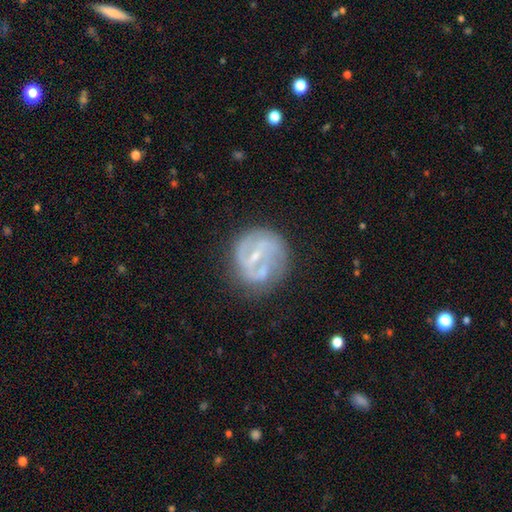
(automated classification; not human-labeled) featured or disk 76%, smooth 16%, star or artifact 8%. Down the decision tree: edge-on disk — no (97%); bar — weak (45%); spiral arms — yes (78%); spiral arm count — 2 (55%); spiral winding — medium (41%); bulge size — small (67%); merging — none (66%).